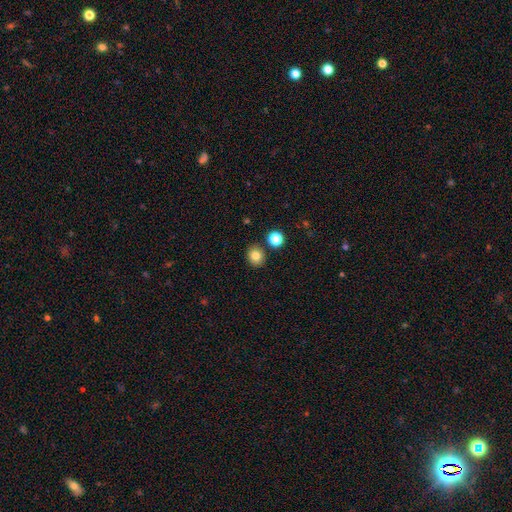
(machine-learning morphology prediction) Smooth or featured? smooth (82%)
How rounded? round (73%)
Merging? none (86%)